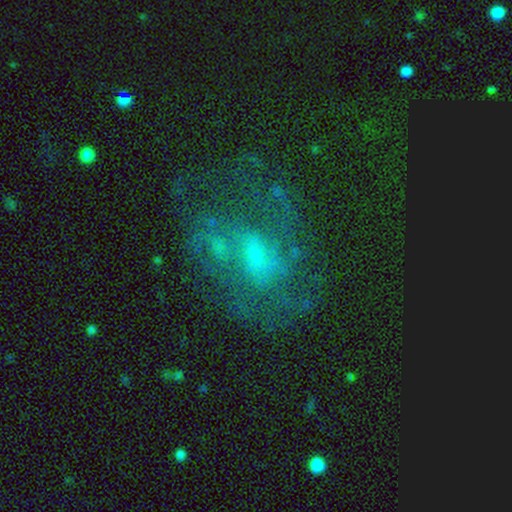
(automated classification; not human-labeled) Smooth or featured?
  - featured or disk: 74% *
  - smooth: 14%
  - star or artifact: 12%
Edge-on disk?
  - no: 97% *
  - yes: 3%
Bar?
  - weak: 51% *
  - no: 35%
  - strong: 14%
Spiral arms?
  - yes: 81% *
  - no: 19%
Spiral winding?
  - medium: 47% *
  - loose: 27%
  - tight: 25%
Spiral arm count?
  - can't tell: 35% *
  - 2: 33%
  - 3: 14%
  - 4: 7%
  - 1: 6%
  - more than 4: 5%
Bulge size?
  - small: 53% *
  - moderate: 28%
  - none: 15%
  - large: 3%
  - dominant: 1%
Merging?
  - none: 56% *
  - major disturbance: 22%
  - minor disturbance: 18%
  - merger: 4%